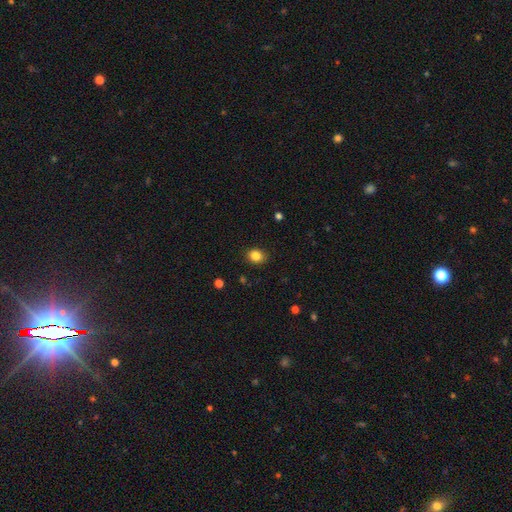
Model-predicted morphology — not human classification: smooth-or-featured: smooth: 85% | star or artifact: 10% | featured or disk: 5%
  how-rounded: round: 61% | in between: 38% | cigar-shaped: 1%
  merging: none: 88% | minor disturbance: 9% | major disturbance: 2% | merger: 1%